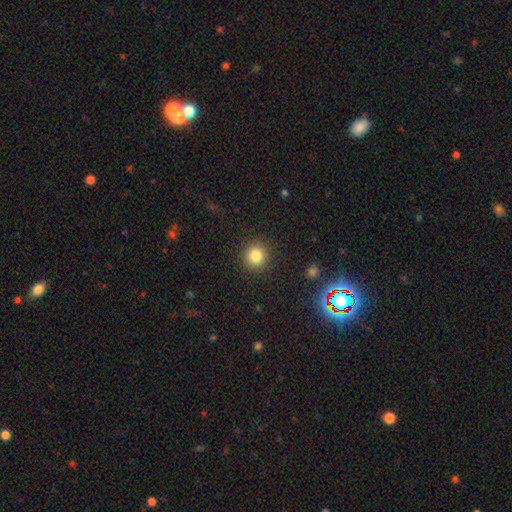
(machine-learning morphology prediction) Overall: smooth (83%). How rounded: round (91%). Merging: none (90%).